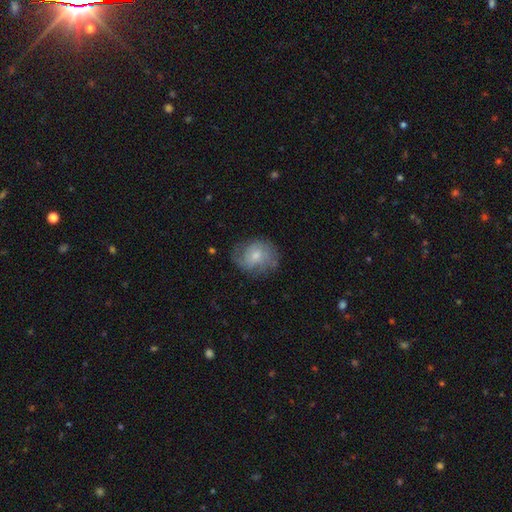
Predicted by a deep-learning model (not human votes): Smooth or featured? Predicted: featured or disk (p=0.48). Merging? Predicted: none (p=0.63).